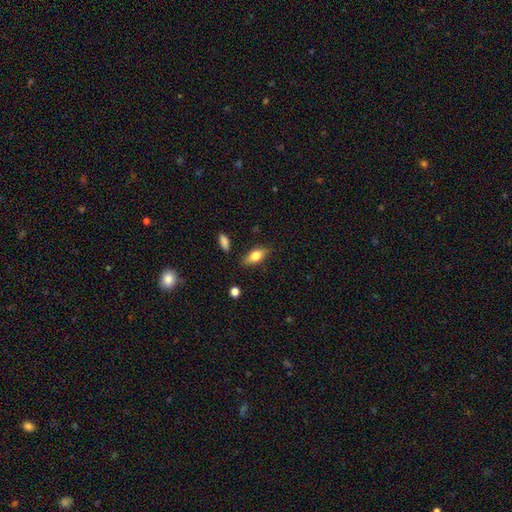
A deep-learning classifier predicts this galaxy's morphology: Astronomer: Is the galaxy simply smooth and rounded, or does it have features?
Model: smooth — 74%.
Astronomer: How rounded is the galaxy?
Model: in between — 83%.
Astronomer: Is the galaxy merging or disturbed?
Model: none — 81%.